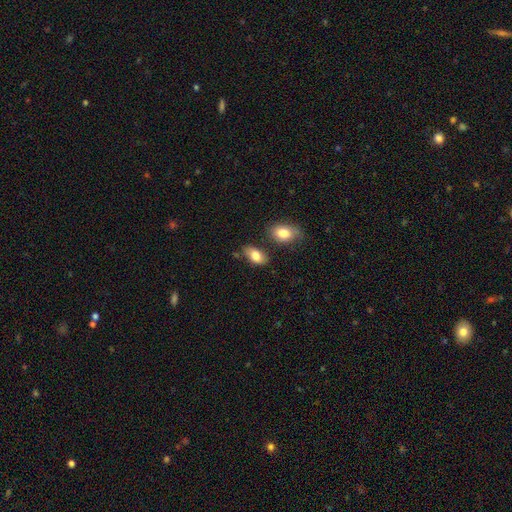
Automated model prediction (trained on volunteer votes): smooth_or_featured: smooth (p=0.81) [alt: featured or disk p=0.12]
how_rounded: in between (p=0.91) [alt: round p=0.06]
merging: none (p=0.69) [alt: minor disturbance p=0.17]